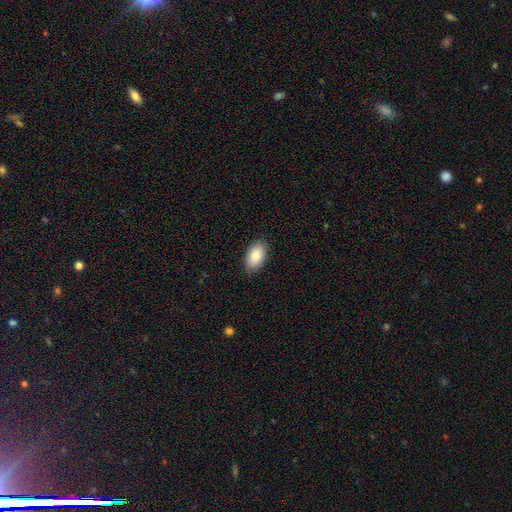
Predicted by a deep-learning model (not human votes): Smooth or featured?
  - smooth: 84% *
  - featured or disk: 9%
  - star or artifact: 7%
How rounded?
  - in between: 94% *
  - round: 5%
  - cigar-shaped: 1%
Merging?
  - none: 87% *
  - minor disturbance: 10%
  - major disturbance: 2%
  - merger: 1%